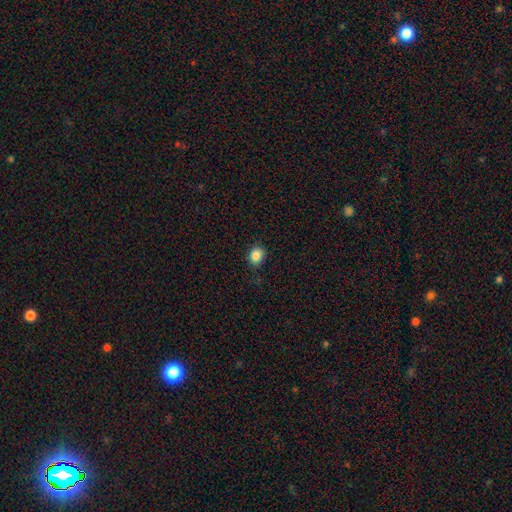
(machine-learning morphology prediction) smooth-or-featured: smooth: 85% | star or artifact: 10% | featured or disk: 5%
  how-rounded: round: 62% | in between: 37% | cigar-shaped: 1%
  merging: none: 87% | minor disturbance: 10% | major disturbance: 2% | merger: 1%